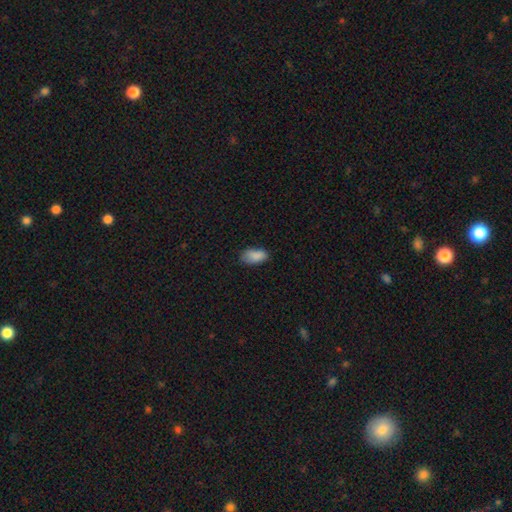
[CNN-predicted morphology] Smooth or featured? smooth (86%)
How rounded? in between (93%)
Merging? none (67%)